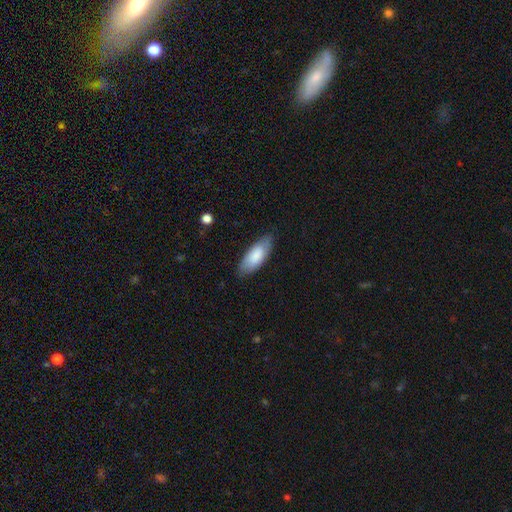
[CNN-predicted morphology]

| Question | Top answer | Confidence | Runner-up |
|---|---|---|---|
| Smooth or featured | smooth | 80% | featured or disk (15%) |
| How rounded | in between | 79% | cigar-shaped (20%) |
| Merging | none | 78% | minor disturbance (17%) |